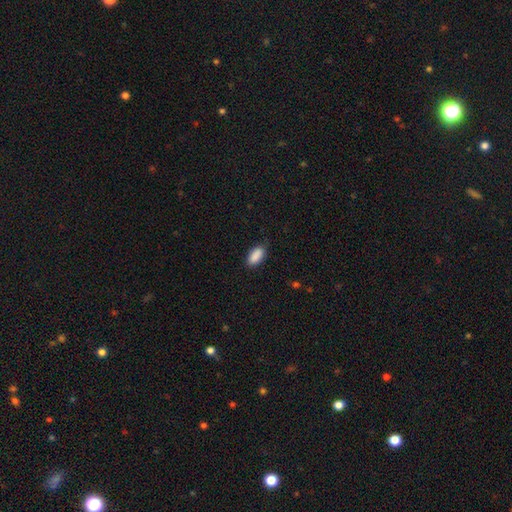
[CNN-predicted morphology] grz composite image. It shows a smooth galaxy with no disk features (90%) that is in between round and cigar-shaped (90%). Merging: none (83%).